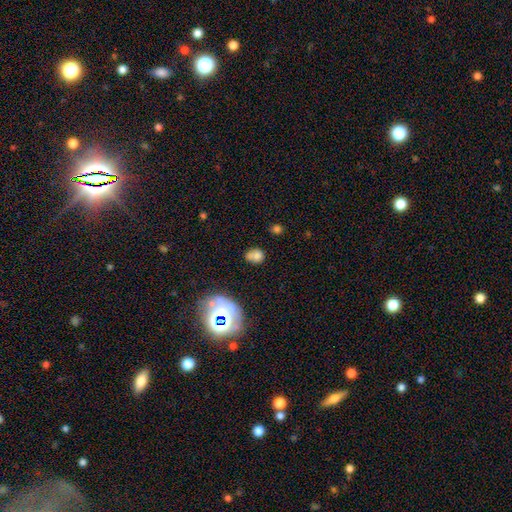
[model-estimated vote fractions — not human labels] This is likely a smooth galaxy (73%). How rounded: possibly in between (53%). Merging: possibly none (50%).